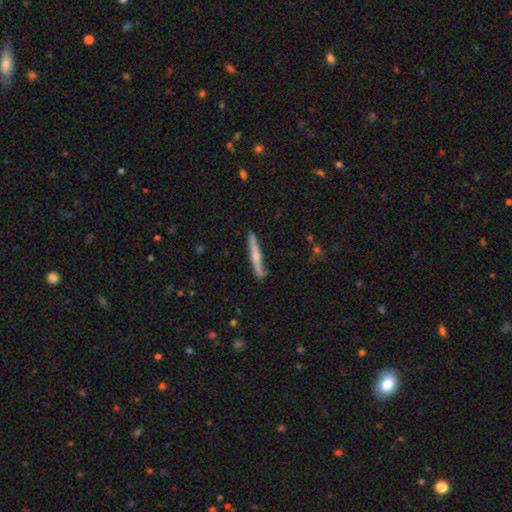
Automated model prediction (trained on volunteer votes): This appears to be a featured or disk galaxy (49%). Merging: none (85%).